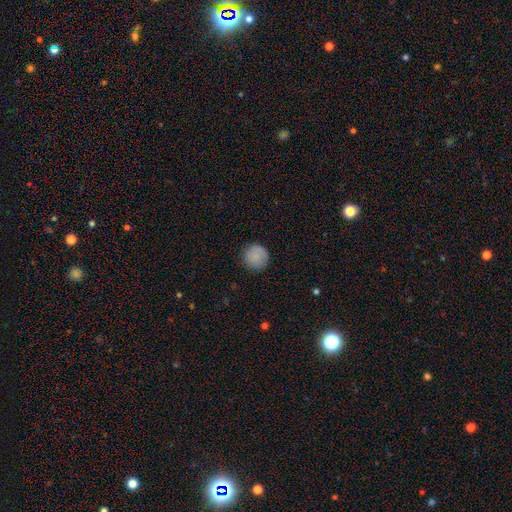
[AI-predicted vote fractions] Morphology: type=smooth (85%); roundness=round (95%); merging=none (87%).